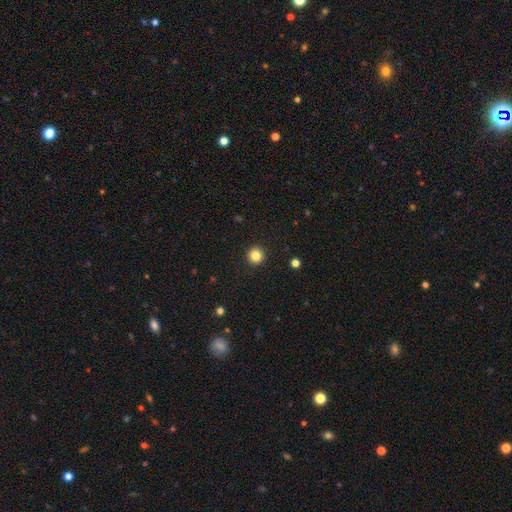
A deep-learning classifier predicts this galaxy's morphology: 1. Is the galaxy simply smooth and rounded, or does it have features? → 83% smooth, 12% star or artifact, 5% featured or disk.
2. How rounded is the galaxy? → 96% round, 4% in between, 1% cigar-shaped.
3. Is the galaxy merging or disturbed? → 93% none, 4% minor disturbance, 2% major disturbance, 1% merger.